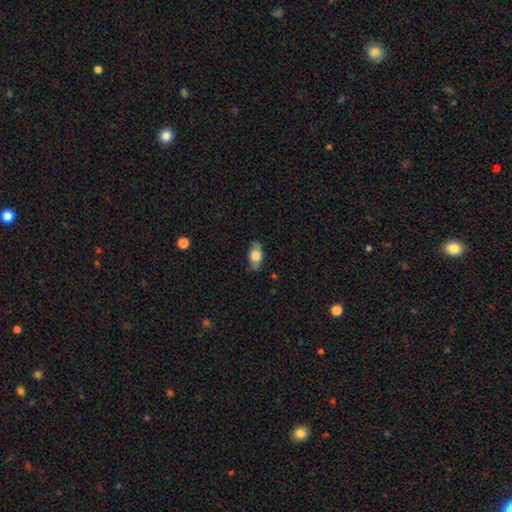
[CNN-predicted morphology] type=smooth (68%); roundness=in between (87%); merging=none (76%).